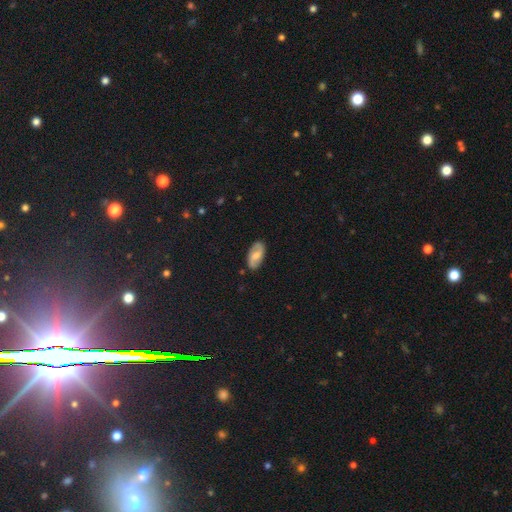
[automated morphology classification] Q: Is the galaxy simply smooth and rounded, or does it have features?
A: featured or disk — 51%.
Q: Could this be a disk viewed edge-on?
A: no — 93%.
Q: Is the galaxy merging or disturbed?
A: none — 85%.